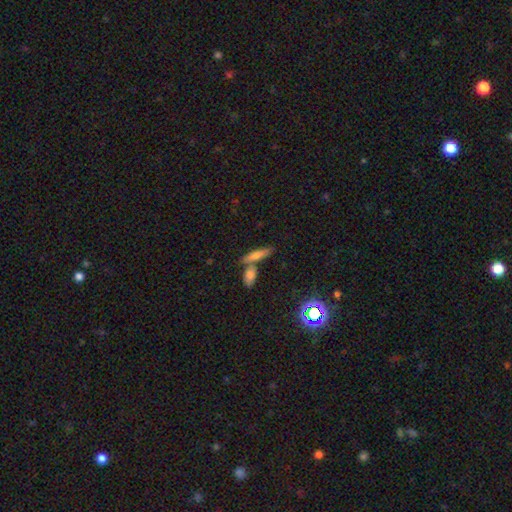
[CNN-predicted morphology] A smooth galaxy with no disk features (66%) that is cigar-shaped (67%). Merging: none (55%).